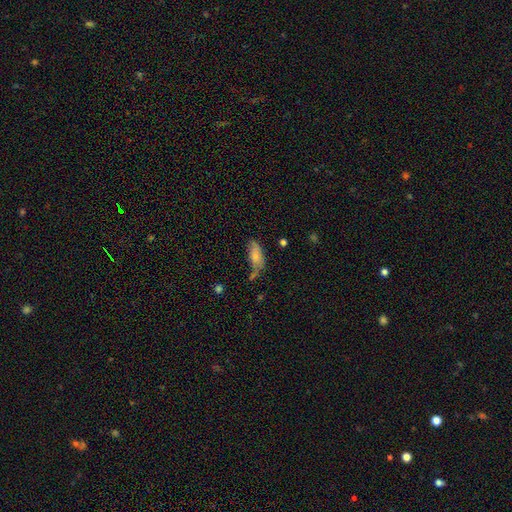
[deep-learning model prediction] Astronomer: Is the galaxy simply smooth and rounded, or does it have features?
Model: smooth — 78%.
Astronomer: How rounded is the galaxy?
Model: in between — 82%.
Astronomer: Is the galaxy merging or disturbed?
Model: none — 47% (runner-up: minor disturbance, 30%).